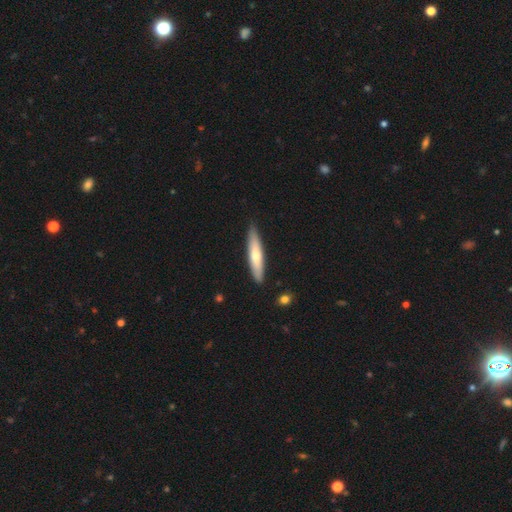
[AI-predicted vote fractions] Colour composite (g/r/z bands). It shows a smooth galaxy with no disk features (62%) that is cigar-shaped (84%). Merging: none (85%).